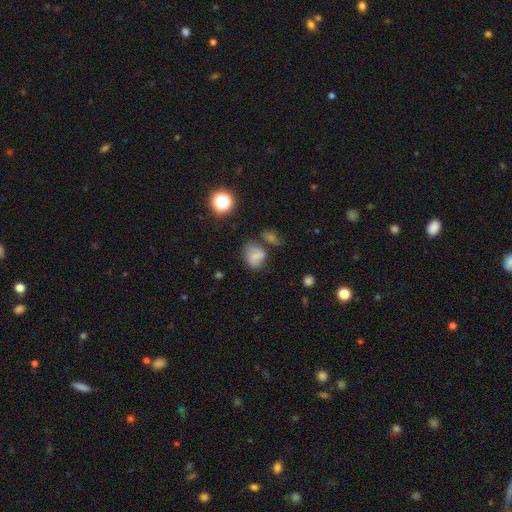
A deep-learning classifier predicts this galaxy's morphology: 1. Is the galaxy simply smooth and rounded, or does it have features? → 72% smooth, 15% star or artifact, 14% featured or disk.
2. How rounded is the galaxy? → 58% in between, 41% round, 1% cigar-shaped.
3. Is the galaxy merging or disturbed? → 51% none, 25% minor disturbance, 14% merger, 10% major disturbance.